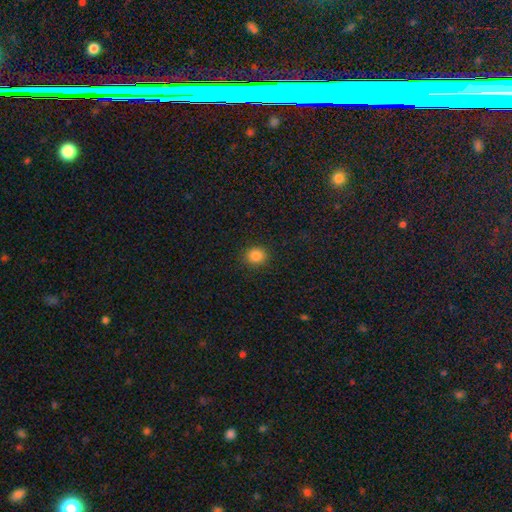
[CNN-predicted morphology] The model was most divided on "how rounded": round: 80%, in between: 19%, cigar-shaped: 1%. More confident: merging — none (89%); smooth or featured — smooth (85%).